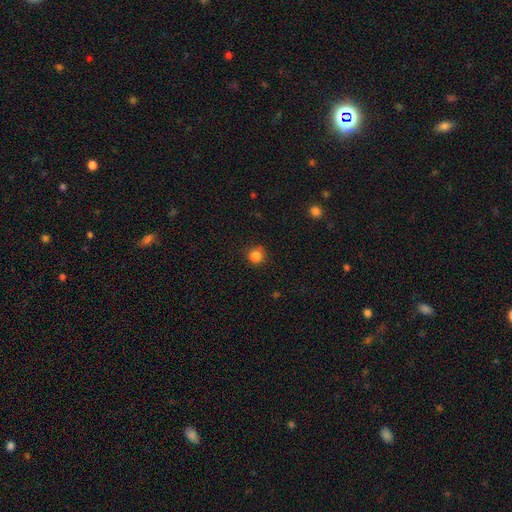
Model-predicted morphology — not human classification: This is clearly a smooth galaxy (85%). How rounded: clearly round (92%). Merging: clearly none (84%).